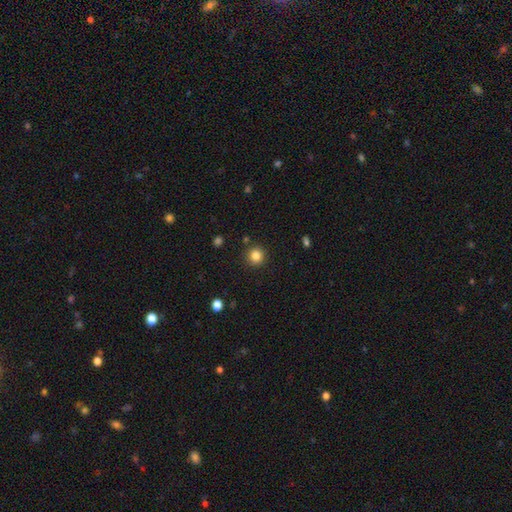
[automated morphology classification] Smooth or featured: smooth — 84% (star or artifact — 12%)
How rounded: round — 94% (in between — 5%)
Merging: none — 90% (minor disturbance — 6%)